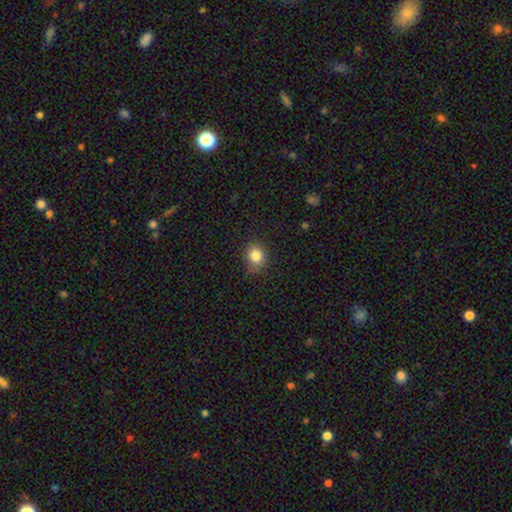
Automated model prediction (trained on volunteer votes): smooth_or_featured: smooth (p=0.84) [alt: star or artifact p=0.10]
how_rounded: round (p=0.67) [alt: in between p=0.32]
merging: none (p=0.79) [alt: minor disturbance p=0.16]